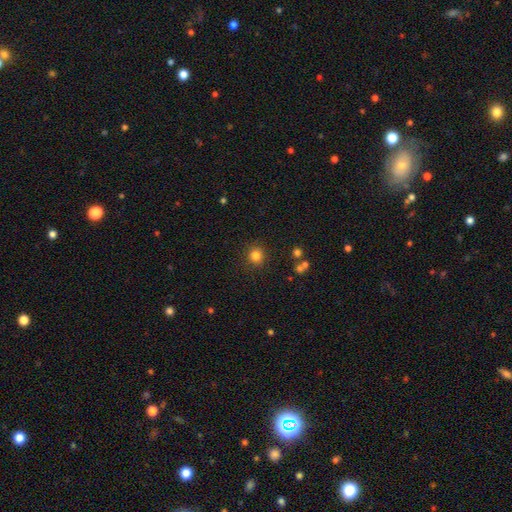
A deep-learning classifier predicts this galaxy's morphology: Smooth or featured?
  - smooth: 82% *
  - star or artifact: 13%
  - featured or disk: 5%
How rounded?
  - round: 91% *
  - in between: 8%
  - cigar-shaped: 1%
Merging?
  - none: 87% *
  - minor disturbance: 8%
  - major disturbance: 3%
  - merger: 2%